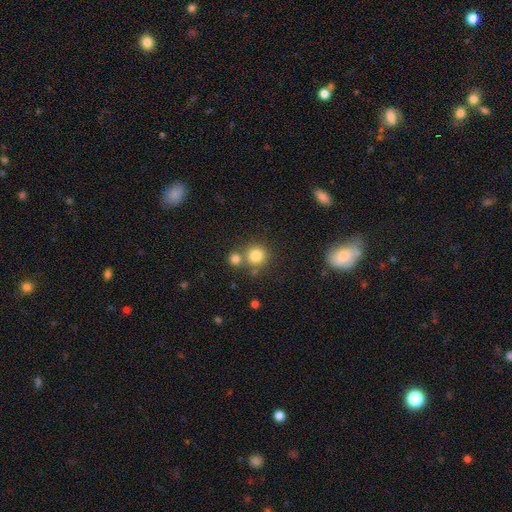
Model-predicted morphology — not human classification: Smooth or featured: smooth — 81% (star or artifact — 12%)
How rounded: round — 92% (in between — 7%)
Merging: none — 65% (merger — 24%)